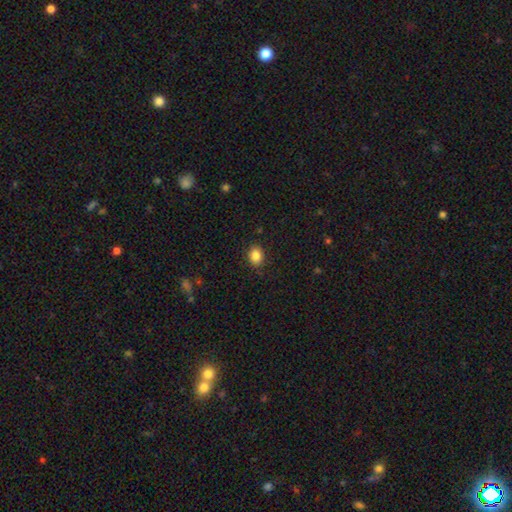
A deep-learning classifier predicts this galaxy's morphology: This is clearly a smooth galaxy (86%). How rounded: possibly in between (57%). Merging: clearly none (88%).